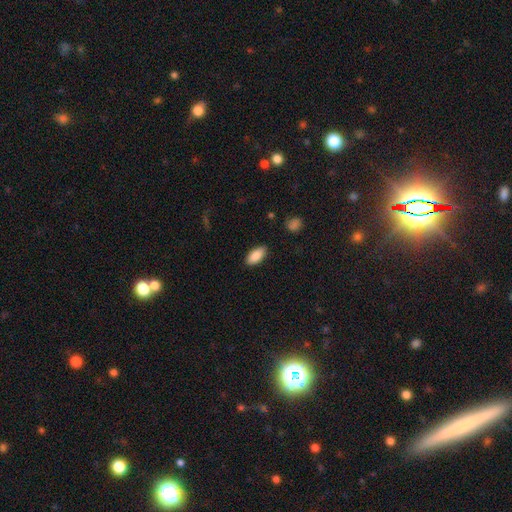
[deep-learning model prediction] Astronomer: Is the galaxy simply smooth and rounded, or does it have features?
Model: smooth — 88%.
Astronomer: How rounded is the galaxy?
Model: in between — 90%.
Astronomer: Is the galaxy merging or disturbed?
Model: none — 86%.